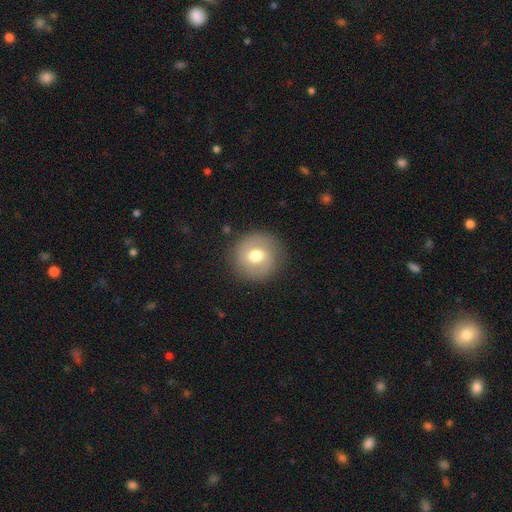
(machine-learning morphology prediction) smooth_or_featured: smooth (p=0.55) [alt: featured or disk p=0.37]
how_rounded: round (p=0.92) [alt: in between p=0.07]
merging: none (p=0.86) [alt: minor disturbance p=0.09]